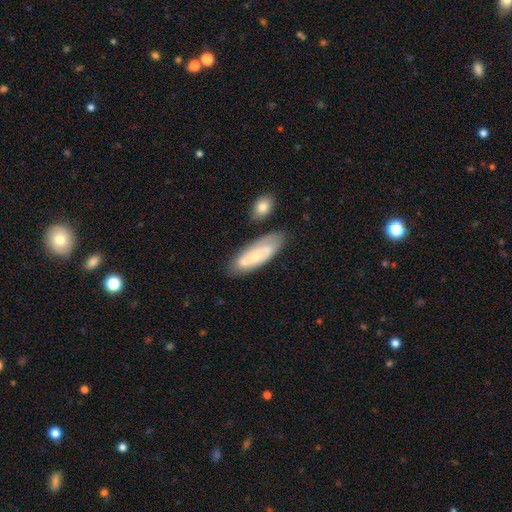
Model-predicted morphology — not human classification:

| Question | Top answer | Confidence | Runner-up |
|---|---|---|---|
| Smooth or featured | smooth | 49% | featured or disk (45%) |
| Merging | none | 70% | minor disturbance (17%) |